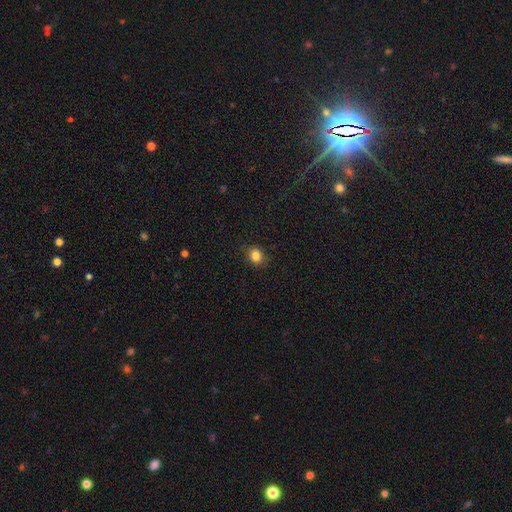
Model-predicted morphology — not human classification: type=smooth (84%); roundness=round (64%); merging=none (87%).